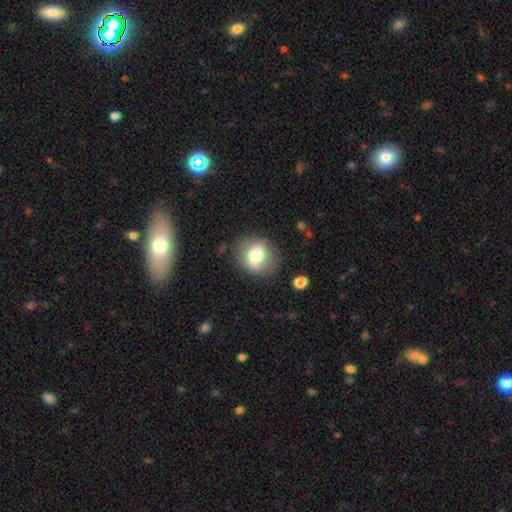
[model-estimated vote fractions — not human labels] Q: Smooth or featured?
A: smooth (69%); runner-up: featured or disk (22%)
Q: How rounded?
A: round (68%); runner-up: in between (31%)
Q: Merging?
A: none (78%); runner-up: minor disturbance (14%)